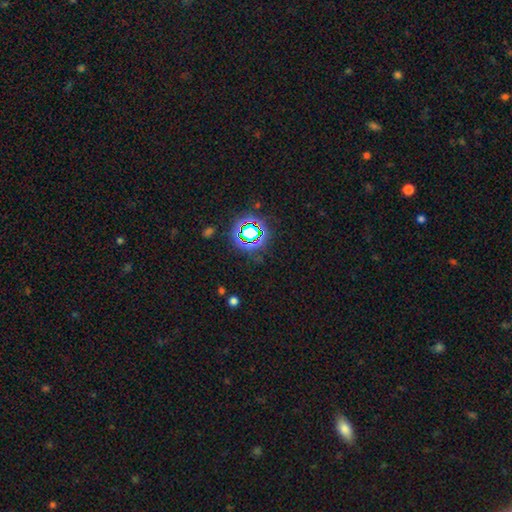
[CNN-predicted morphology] This appears to be a star or artifact, not a galaxy (75%).